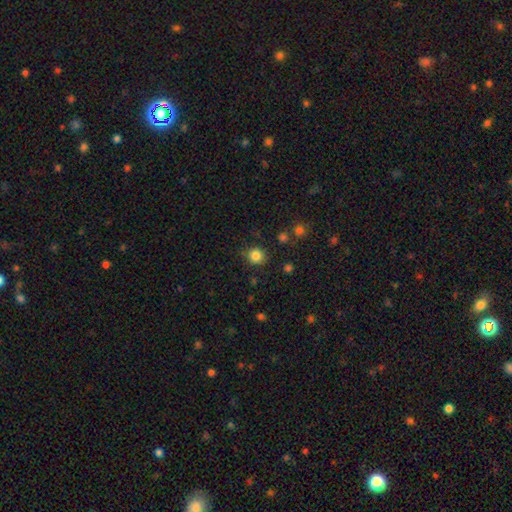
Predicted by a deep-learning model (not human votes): This appears to be a smooth galaxy with no disk features (84%) that is round (92%). Merging: none (85%).